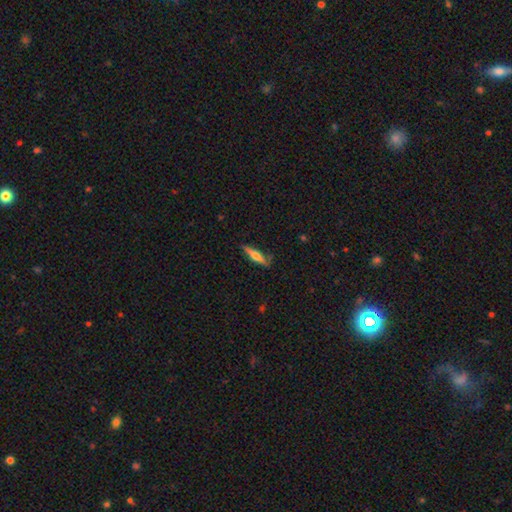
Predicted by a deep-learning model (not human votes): Smooth or featured: featured or disk — 52% (smooth — 43%)
Edge-on disk: yes — 94% (no — 6%)
Merging: none — 78% (minor disturbance — 16%)